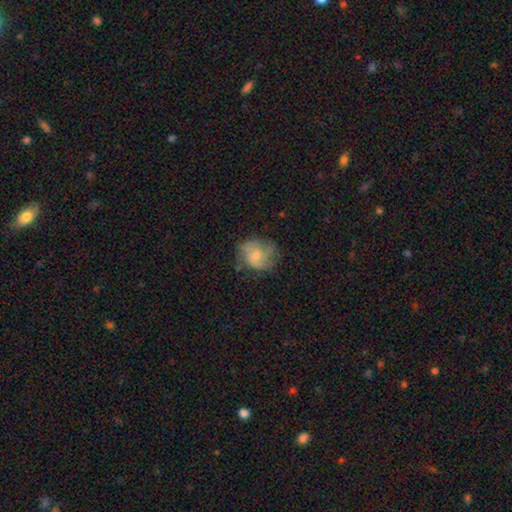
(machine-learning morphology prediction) A featured or disk galaxy (47%).

Vote fractions:
- Smooth or featured? featured or disk: 47% / smooth: 45% / star or artifact: 8%
- Merging? none: 51% / minor disturbance: 30% / major disturbance: 17% / merger: 2%